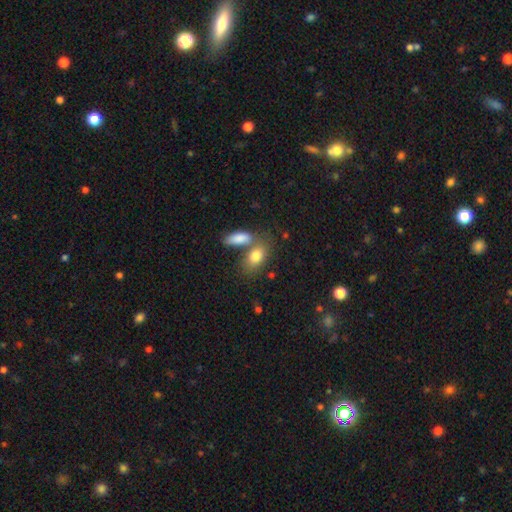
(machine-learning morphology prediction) Smooth or featured?
  - smooth: 81% *
  - featured or disk: 12%
  - star or artifact: 7%
How rounded?
  - in between: 86% *
  - round: 10%
  - cigar-shaped: 5%
Merging?
  - none: 42% * (tied)
  - merger: 42% * (tied)
  - minor disturbance: 11%
  - major disturbance: 5%